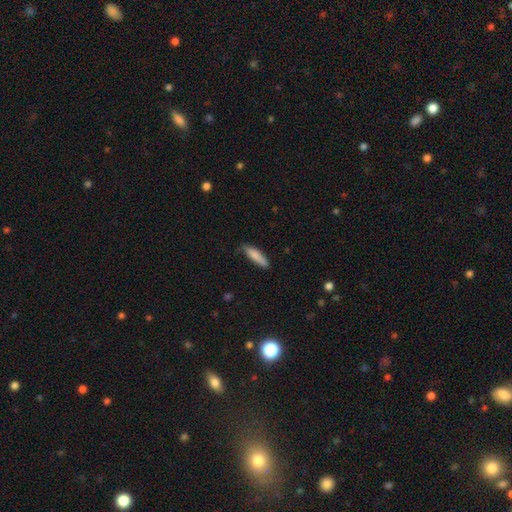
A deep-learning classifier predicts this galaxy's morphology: A smooth galaxy with no disk features (82%) that is cigar-shaped (72%).

Vote fractions:
- Smooth or featured? smooth: 82% / featured or disk: 12% / star or artifact: 6%
- How rounded? cigar-shaped: 72% / in between: 27% / round: 2%
- Merging? none: 69% / minor disturbance: 25% / major disturbance: 4% / merger: 2%